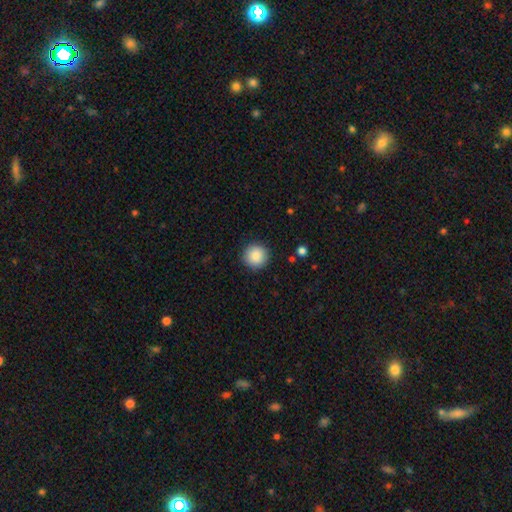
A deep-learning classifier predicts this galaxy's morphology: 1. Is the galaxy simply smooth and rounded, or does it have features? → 88% smooth, 8% star or artifact, 4% featured or disk.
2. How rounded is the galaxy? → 95% round, 4% in between, 1% cigar-shaped.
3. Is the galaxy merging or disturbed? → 91% none, 6% minor disturbance, 2% major disturbance, 1% merger.